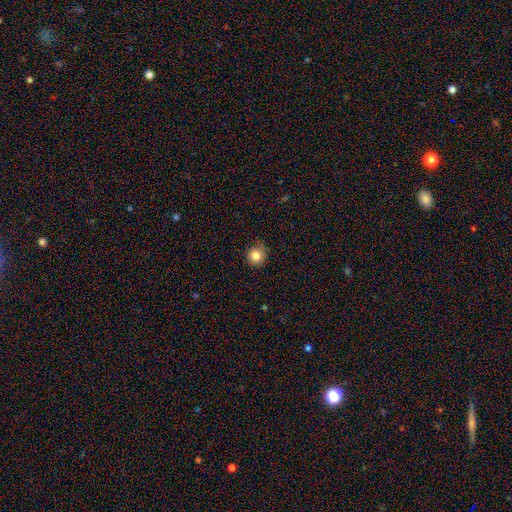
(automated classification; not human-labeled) A smooth galaxy with no disk features (82%) that is round (95%). Merging: none (81%).